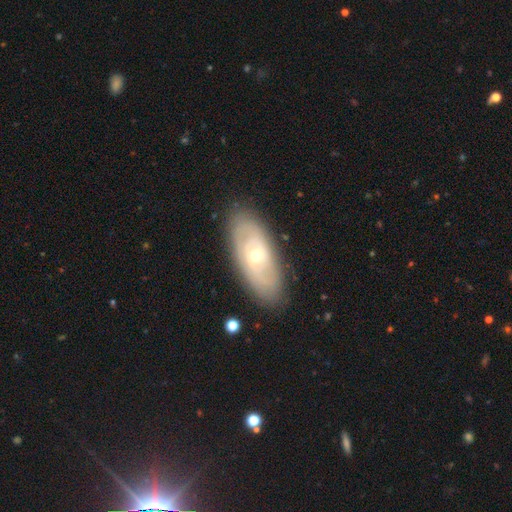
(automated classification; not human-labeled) Morphology: type=featured or disk (67%); edge-on=no (88%); bar=no (73%); spiral arms=yes (63%); bulge=small (55%); merging=none (84%).